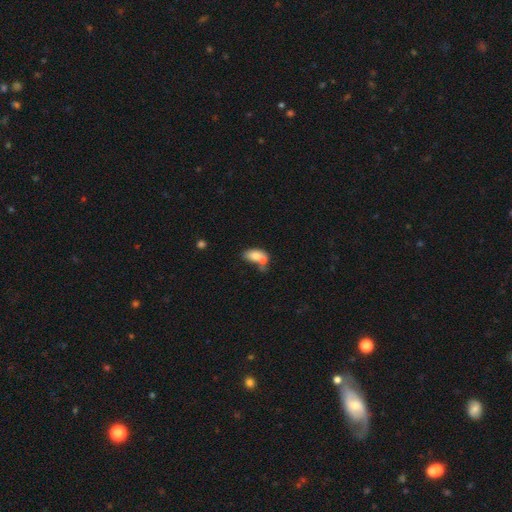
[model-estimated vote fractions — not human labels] A smooth galaxy with no disk features (75%) that is in between round and cigar-shaped (89%).

Vote fractions:
- Smooth or featured? smooth: 75% / featured or disk: 17% / star or artifact: 8%
- How rounded? in between: 89% / round: 8% / cigar-shaped: 3%
- Merging? merger: 56% / none: 24% / minor disturbance: 12% / major disturbance: 8%